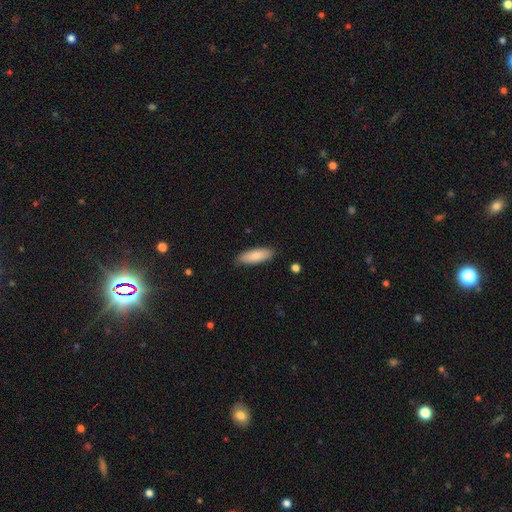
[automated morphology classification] This appears to be a smooth galaxy with no disk features (84%) that is in between round and cigar-shaped (60%). Merging: none (87%).